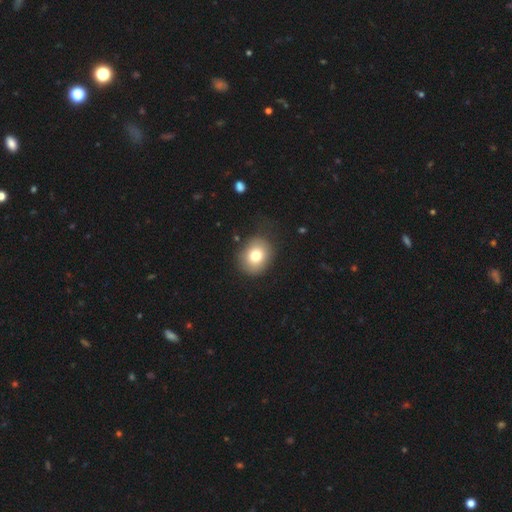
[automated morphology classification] A smooth galaxy with no disk features (77%) that is round (62%).

Vote fractions:
- Smooth or featured? smooth: 77% / featured or disk: 13% / star or artifact: 10%
- How rounded? round: 62% / in between: 37% / cigar-shaped: 1%
- Merging? none: 81% / minor disturbance: 13% / major disturbance: 4% / merger: 2%